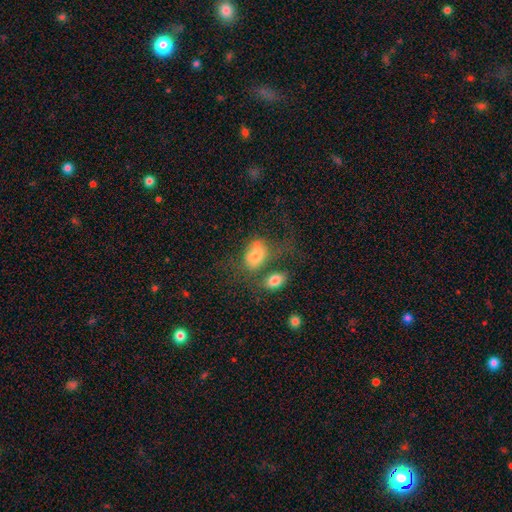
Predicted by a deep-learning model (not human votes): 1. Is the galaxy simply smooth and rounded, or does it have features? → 73% smooth, 17% featured or disk, 10% star or artifact.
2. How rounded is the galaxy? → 85% in between, 13% round, 2% cigar-shaped.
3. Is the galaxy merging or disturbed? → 32% merger, 28% none, 22% major disturbance, 18% minor disturbance.